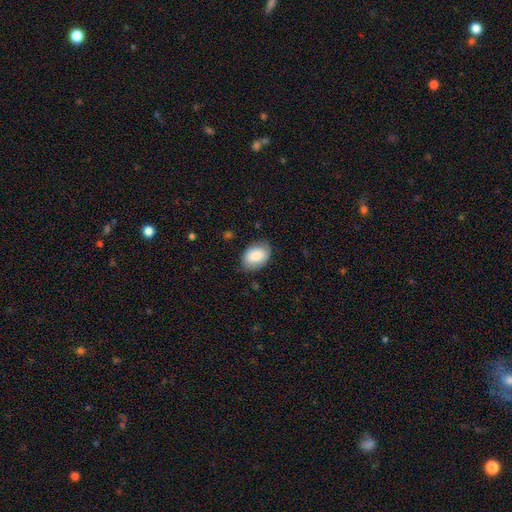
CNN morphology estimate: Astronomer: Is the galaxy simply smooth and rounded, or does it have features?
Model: smooth — 84%.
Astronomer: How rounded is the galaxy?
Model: in between — 85%.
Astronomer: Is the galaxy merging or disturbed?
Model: none — 77%.